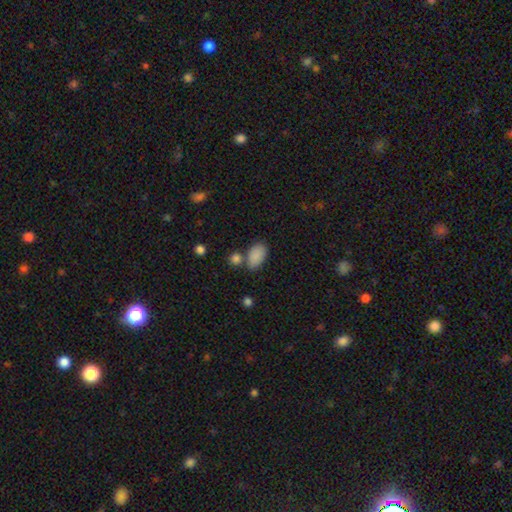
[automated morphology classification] type=smooth (87%); roundness=in between (93%); merging=none (63%).